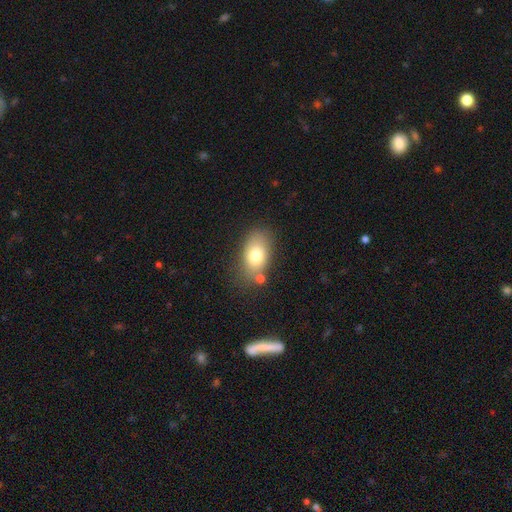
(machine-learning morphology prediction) Smooth or featured?
  - smooth: 77% *
  - featured or disk: 14%
  - star or artifact: 9%
How rounded?
  - in between: 86% *
  - round: 11%
  - cigar-shaped: 2%
Merging?
  - none: 68% *
  - minor disturbance: 16%
  - merger: 10%
  - major disturbance: 5%